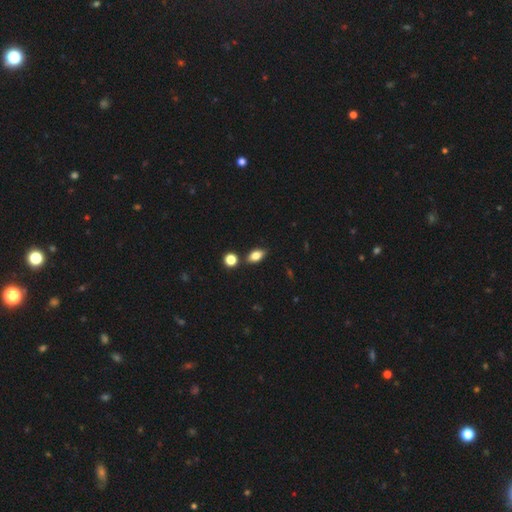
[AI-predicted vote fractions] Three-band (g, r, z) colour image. It shows a smooth galaxy with no disk features (80%) that is in between round and cigar-shaped (84%). Merging: none (81%).